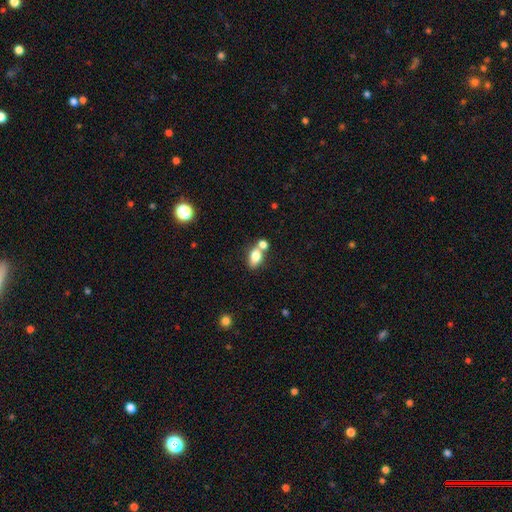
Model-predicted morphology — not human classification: Smooth or featured? Predicted: smooth (p=0.78). How rounded? Predicted: in between (p=0.82). Merging? Predicted: none (p=0.45).